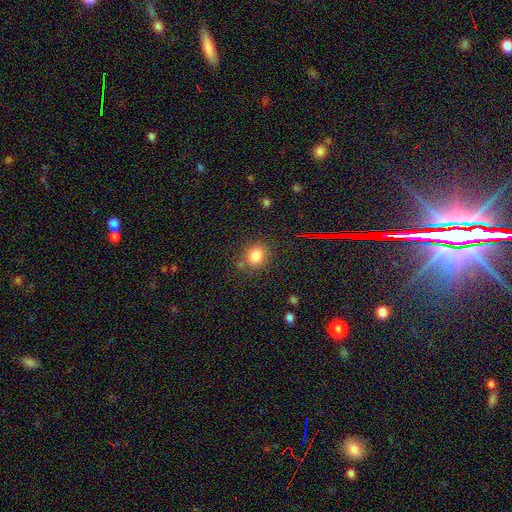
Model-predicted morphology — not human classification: Overall: smooth (80%). How rounded: round (66%; in between 33%). Merging: none (78%).